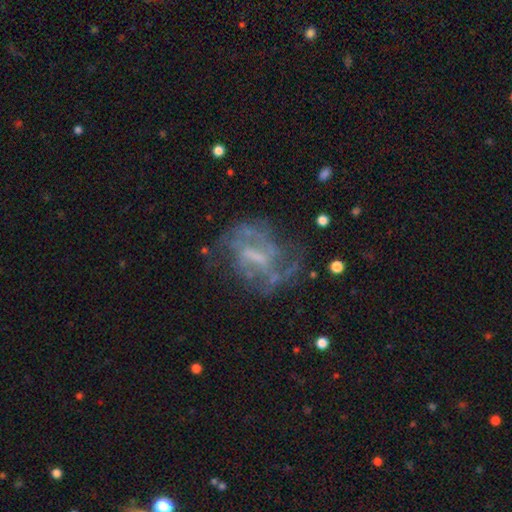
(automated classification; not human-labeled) smooth-or-featured: featured or disk: 76% | smooth: 13% | star or artifact: 11%
  disk-edge-on: no: 96% | yes: 4%
    bar: weak: 47% | strong: 29% | no: 24%
    has-spiral-arms: yes: 72% | no: 28%
      spiral-winding: medium: 44% | loose: 30% | tight: 26%
      spiral-arm-count: can't tell: 38% | 2: 36% | 3: 12% | 1: 6% | 4: 5% | more than 4: 3%
    bulge-size: none: 41% | small: 27% | moderate: 26% | large: 5% | dominant: 1%
  merging: none: 53% | major disturbance: 24% | minor disturbance: 19% | merger: 4%